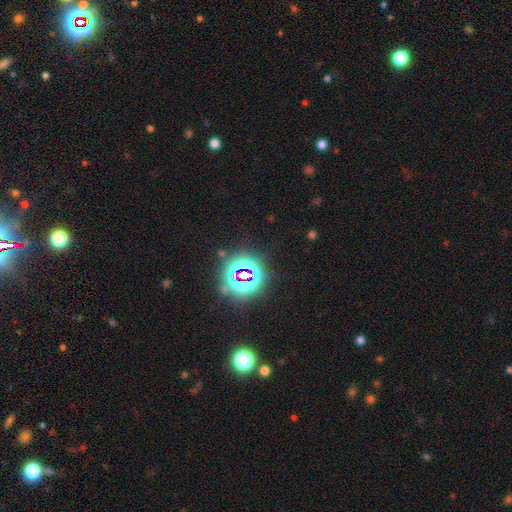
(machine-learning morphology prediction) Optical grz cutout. It shows a star or artifact, not a galaxy (82%).